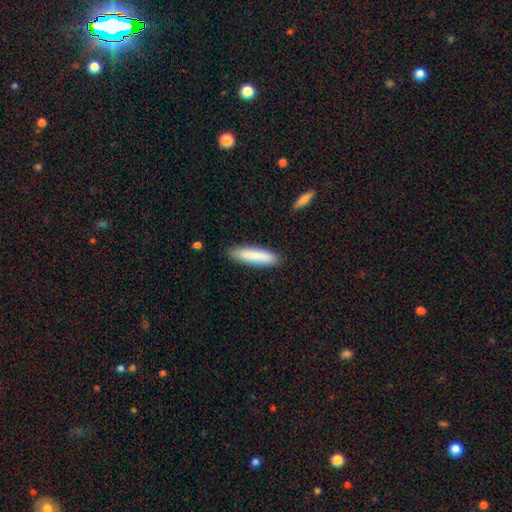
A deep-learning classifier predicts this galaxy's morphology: This is clearly a smooth galaxy (83%). How rounded: likely cigar-shaped (78%). Merging: clearly none (86%).